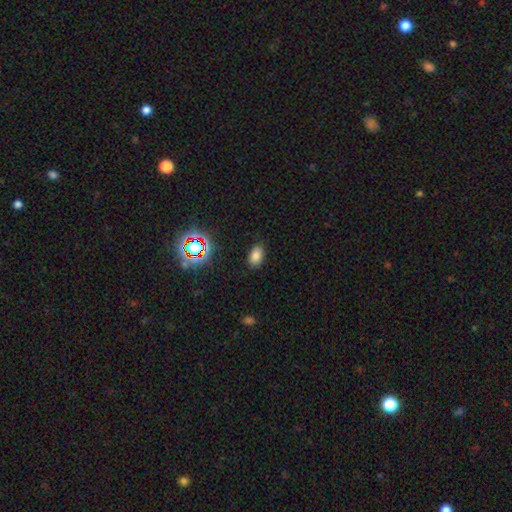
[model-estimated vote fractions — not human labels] Q: Smooth or featured?
A: smooth (77%); runner-up: star or artifact (17%)
Q: How rounded?
A: in between (88%); runner-up: round (11%)
Q: Merging?
A: none (85%); runner-up: minor disturbance (11%)